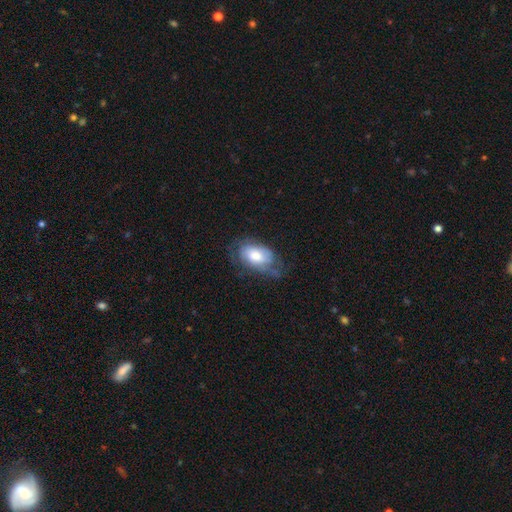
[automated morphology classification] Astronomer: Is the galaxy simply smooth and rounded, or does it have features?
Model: smooth — 48% (runner-up: featured or disk, 44%).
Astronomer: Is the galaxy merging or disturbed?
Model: none — 47% (runner-up: minor disturbance, 31%).